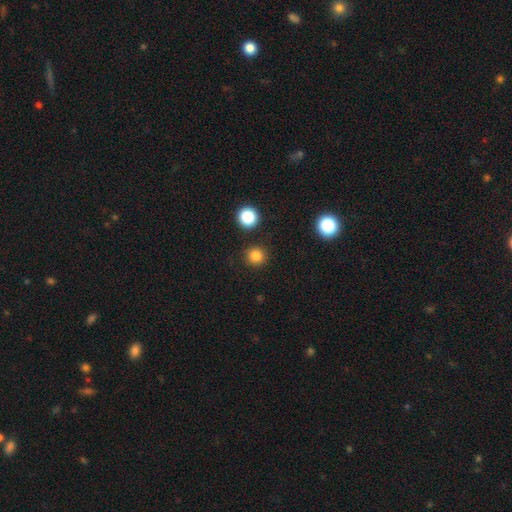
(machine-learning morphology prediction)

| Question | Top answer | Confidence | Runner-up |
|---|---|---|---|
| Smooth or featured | smooth | 82% | star or artifact (13%) |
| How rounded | round | 94% | in between (5%) |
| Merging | none | 90% | minor disturbance (6%) |